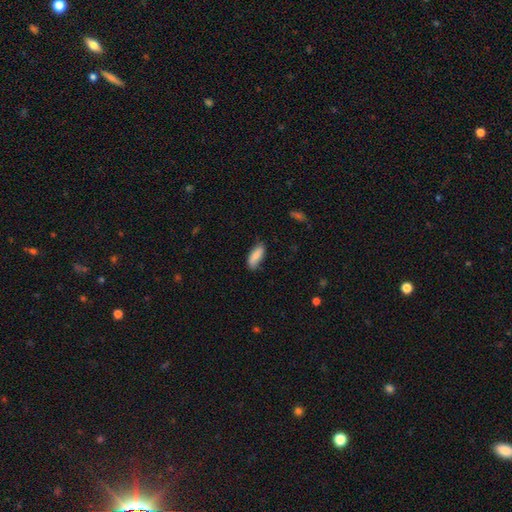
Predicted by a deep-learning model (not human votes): A smooth galaxy with no disk features (84%) that is in between round and cigar-shaped (76%).

Vote fractions:
- Smooth or featured? smooth: 84% / featured or disk: 10% / star or artifact: 6%
- How rounded? in between: 76% / cigar-shaped: 22% / round: 2%
- Merging? none: 77% / minor disturbance: 19% / major disturbance: 3% / merger: 1%